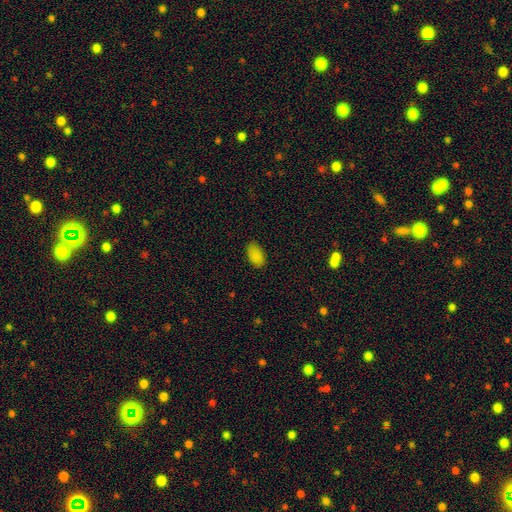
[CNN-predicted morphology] type=smooth (86%); roundness=in between (94%); merging=none (84%).